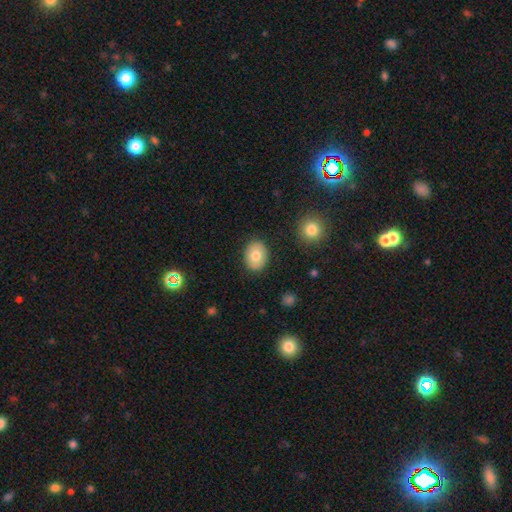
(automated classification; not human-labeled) A smooth galaxy with no disk features (75%) that is in between round and cigar-shaped (57%). Merging: none (87%).